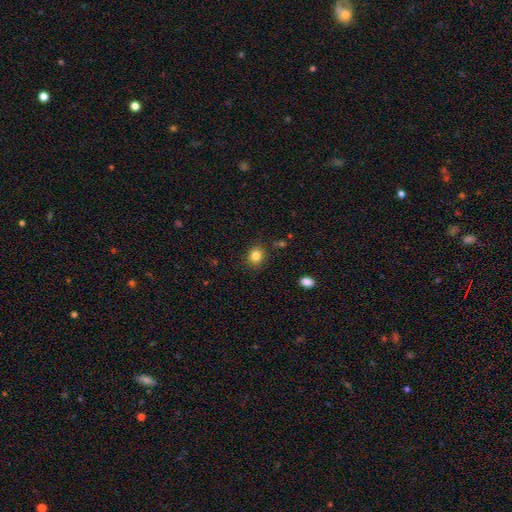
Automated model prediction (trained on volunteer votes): Smooth or featured?
  - smooth: 83% *
  - star or artifact: 11%
  - featured or disk: 6%
How rounded?
  - round: 72% *
  - in between: 27%
  - cigar-shaped: 1%
Merging?
  - none: 87% *
  - minor disturbance: 9%
  - major disturbance: 2%
  - merger: 2%